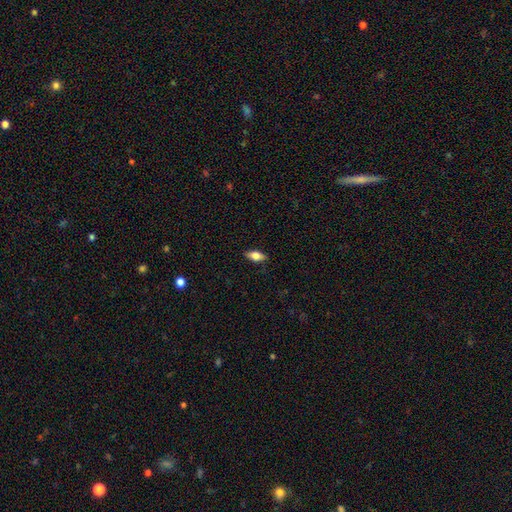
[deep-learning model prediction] Smooth or featured: smooth — 70% (featured or disk — 23%)
How rounded: in between — 82% (cigar-shaped — 15%)
Merging: none — 86% (minor disturbance — 11%)